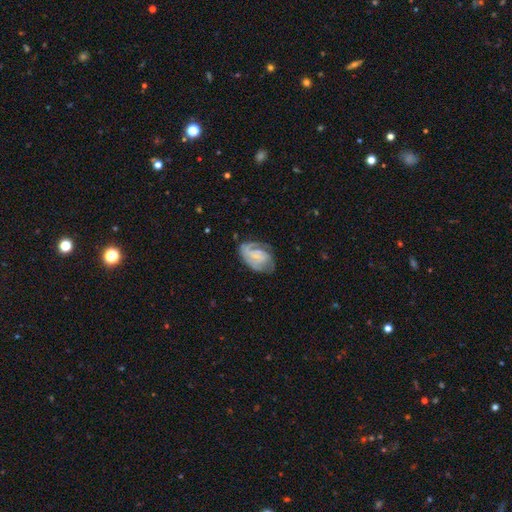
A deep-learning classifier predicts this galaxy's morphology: The model was most divided on "bar": no: 48%, weak: 41%, strong: 11%. Remaining: edge-on disk — no (97%); spiral arms — yes (90%); smooth or featured — featured or disk (72%); merging — none (58%); bulge size — small (56%); spiral winding — tight (50%); spiral arm count — 2 (41%).